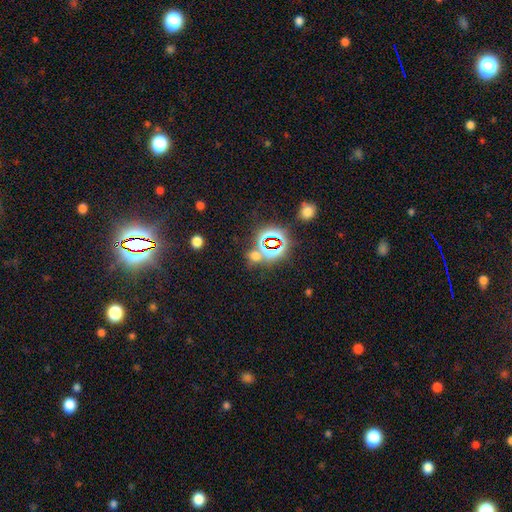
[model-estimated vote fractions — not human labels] This is possibly a star or artifact rather than a galaxy (55%).